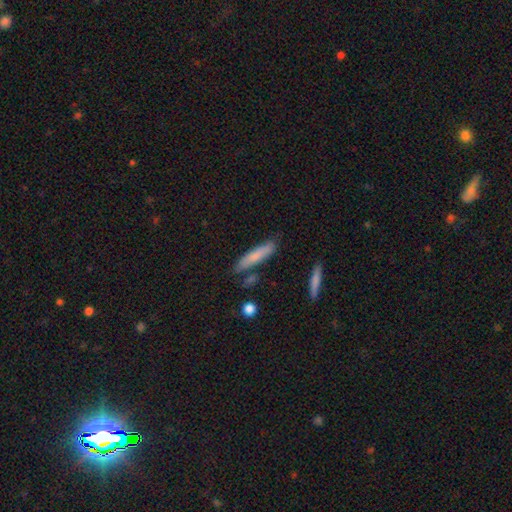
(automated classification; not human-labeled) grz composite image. It shows a smooth galaxy with no disk features (74%) that is cigar-shaped (85%). Merging: none (78%).